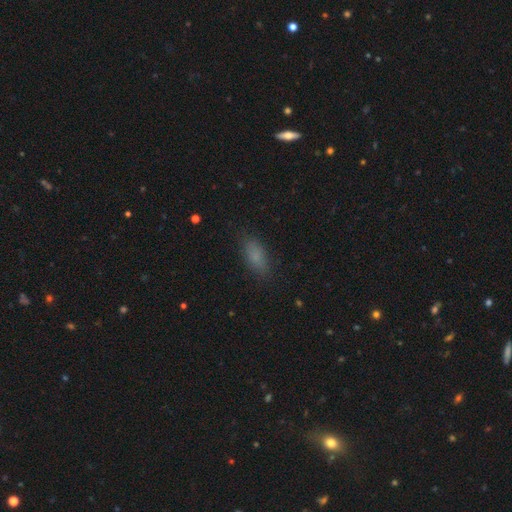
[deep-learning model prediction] A smooth galaxy with no disk features (81%) that is in between round and cigar-shaped (80%). Merging: none (83%).